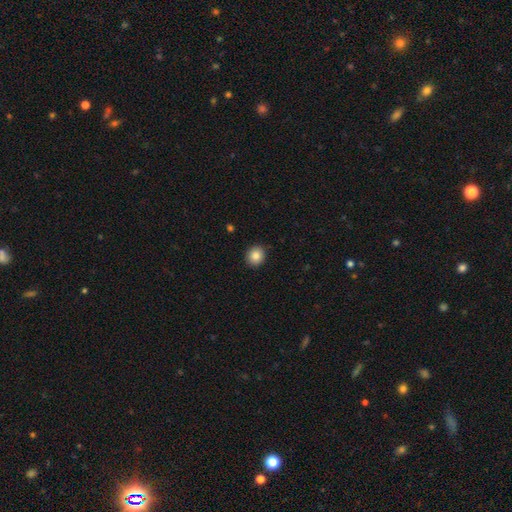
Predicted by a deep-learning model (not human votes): Morphology: type=smooth (85%); roundness=round (79%); merging=none (91%).